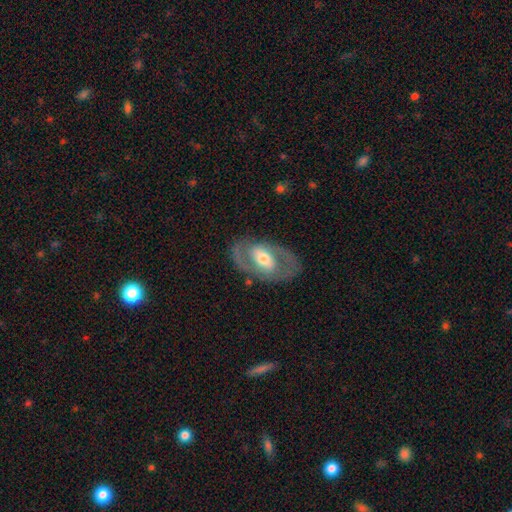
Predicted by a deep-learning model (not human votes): A featured or disk galaxy (62%) with no bar (66%), no spiral arms (56%) and a moderate central bulge (62%).

Vote fractions:
- Smooth or featured? featured or disk: 62% / smooth: 27% / star or artifact: 11%
- Edge-on disk? no: 91% / yes: 9%
- Bar? no: 66% / weak: 23% / strong: 12%
- Spiral arms? no: 56% / yes: 44%
- Bulge size? moderate: 62% / large: 25% / small: 9% / dominant: 3% / none: 2%
- Merging? none: 84% / minor disturbance: 10% / major disturbance: 4% / merger: 1%